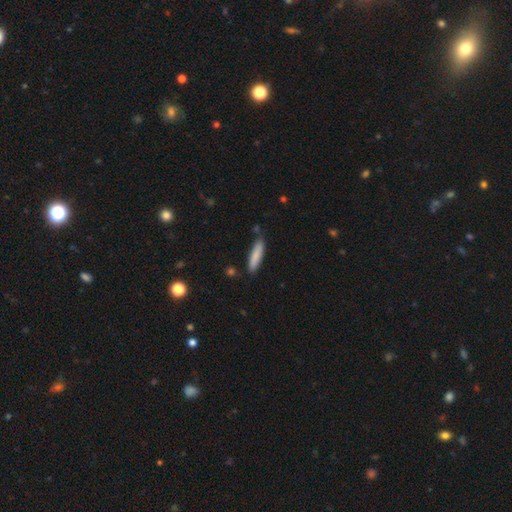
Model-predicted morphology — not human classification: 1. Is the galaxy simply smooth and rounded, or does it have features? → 84% smooth, 11% featured or disk, 6% star or artifact.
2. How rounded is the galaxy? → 78% cigar-shaped, 20% in between, 1% round.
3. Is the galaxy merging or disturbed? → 79% none, 15% minor disturbance, 3% merger, 3% major disturbance.